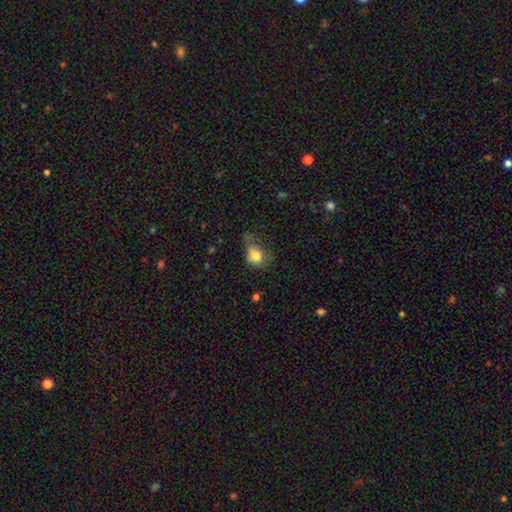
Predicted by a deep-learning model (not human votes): Overall: smooth (78%). How rounded: in between (51%; round 48%). Merging: minor disturbance (36%; major disturbance 31%).